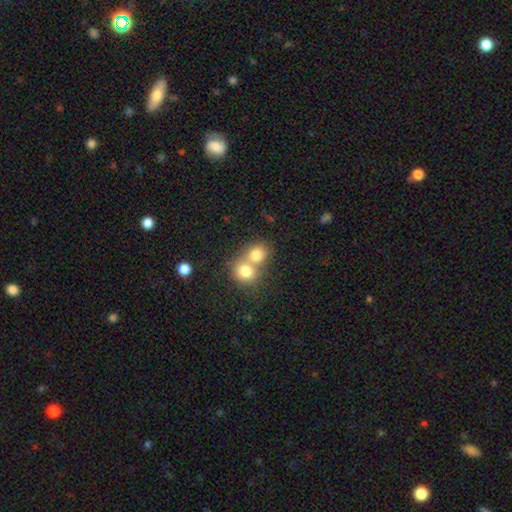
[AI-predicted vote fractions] Smooth or featured?
  - smooth: 76% *
  - featured or disk: 13%
  - star or artifact: 11%
How rounded?
  - round: 76% *
  - in between: 23%
  - cigar-shaped: 1%
Merging?
  - merger: 66% *
  - none: 28%
  - minor disturbance: 5%
  - major disturbance: 2%